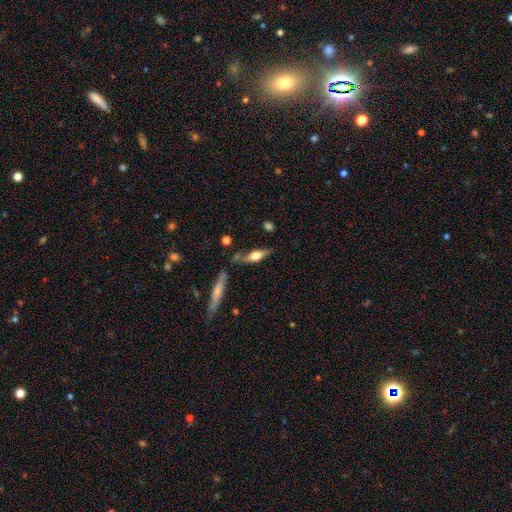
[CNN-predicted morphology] smooth_or_featured: featured or disk (p=0.55) [alt: smooth p=0.38]
disk_edge_on: yes (p=0.92) [alt: no p=0.08]
edge_on_bulge: rounded (p=0.89) [alt: boxy p=0.08]
merging: none (p=0.66) [alt: minor disturbance p=0.19]